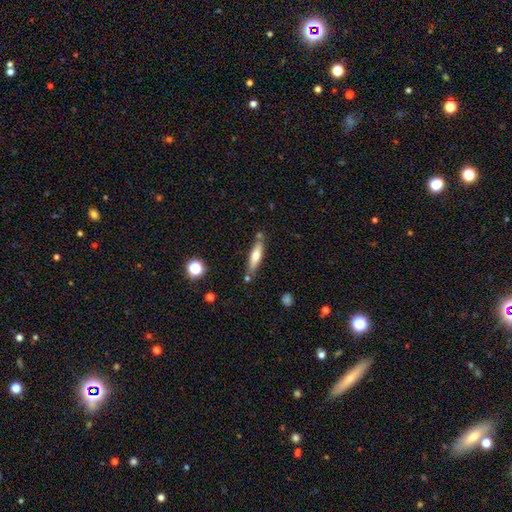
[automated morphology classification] smooth-or-featured: smooth: 62% | featured or disk: 31% | star or artifact: 7%
  how-rounded: cigar-shaped: 71% | in between: 27% | round: 2%
  merging: none: 72% | minor disturbance: 16% | merger: 9% | major disturbance: 3%